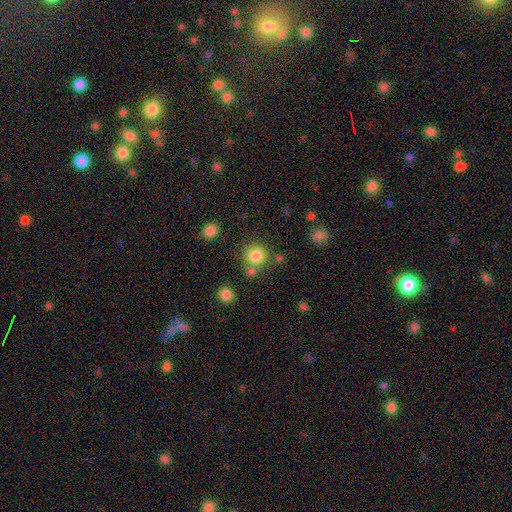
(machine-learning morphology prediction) smooth 81%, star or artifact 12%, featured or disk 7%. Down the decision tree: how rounded — round (91%); merging — none (70%).